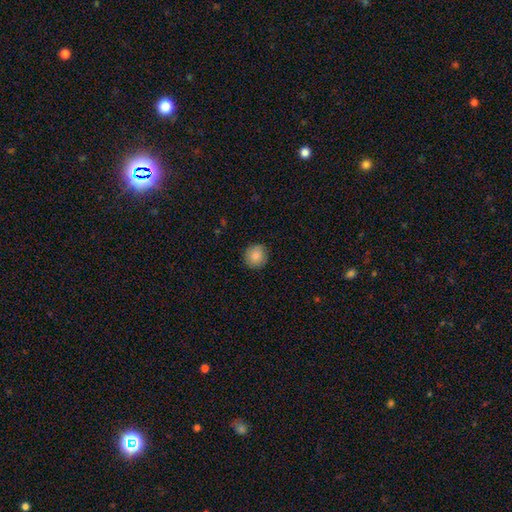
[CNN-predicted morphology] smooth 83%, featured or disk 9%, star or artifact 8%. Down the decision tree: how rounded — round (94%); merging — none (89%).